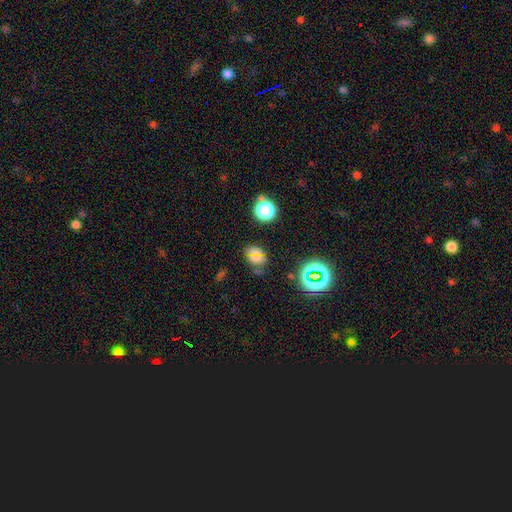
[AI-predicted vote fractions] Smooth or featured: smooth — 51% (star or artifact — 37%)
How rounded: in between — 57% (round — 40%)
Merging: none — 75% (minor disturbance — 15%)